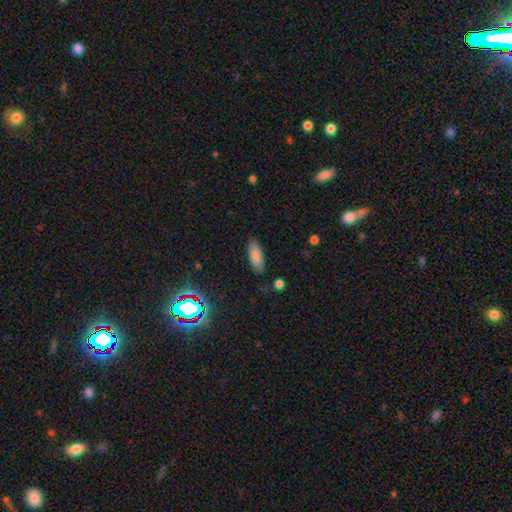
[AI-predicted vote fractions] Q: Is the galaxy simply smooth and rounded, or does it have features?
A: smooth — 83%.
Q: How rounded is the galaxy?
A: in between — 80%.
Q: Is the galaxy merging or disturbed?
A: none — 85%.